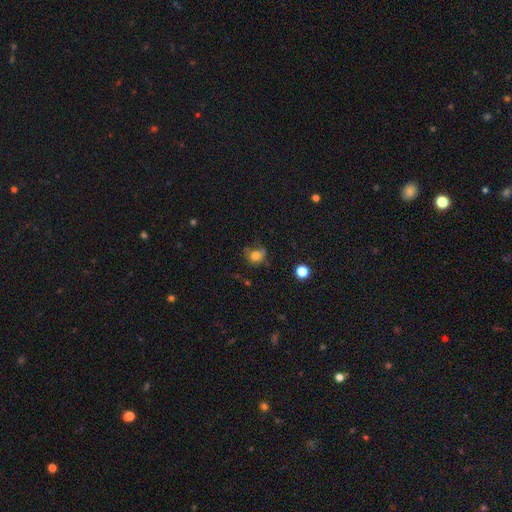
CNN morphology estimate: Smooth or featured? smooth (73%)
How rounded? round (68%)
Merging? none (50%)